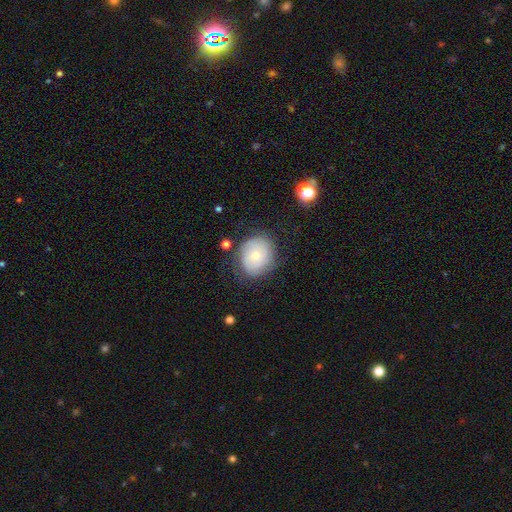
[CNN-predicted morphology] Smooth or featured? Predicted: smooth (p=0.63). How rounded? Predicted: round (p=0.71). Merging? Predicted: none (p=0.71).